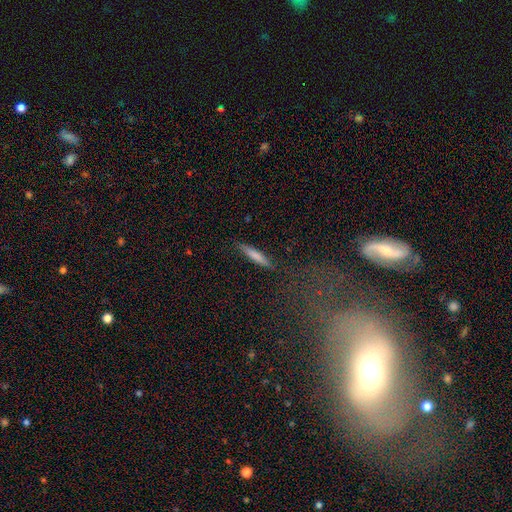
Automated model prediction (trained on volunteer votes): Smooth or featured: smooth — 76% (featured or disk — 17%)
How rounded: cigar-shaped — 89% (in between — 10%)
Merging: none — 86% (minor disturbance — 10%)